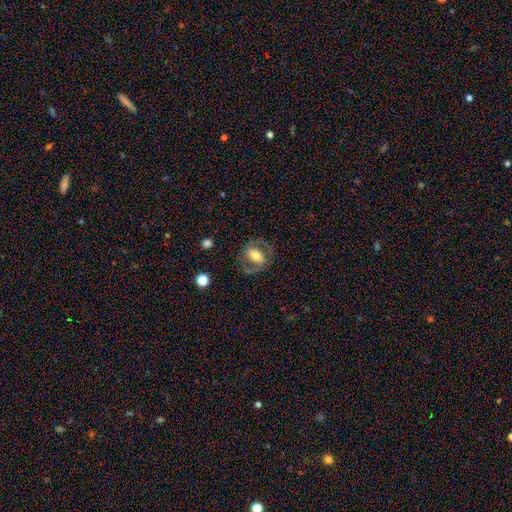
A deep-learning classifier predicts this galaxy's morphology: A featured or disk galaxy (52%).

Vote fractions:
- Smooth or featured? featured or disk: 52% / smooth: 41% / star or artifact: 7%
- Edge-on disk? no: 92% / yes: 8%
- Merging? none: 67% / minor disturbance: 16% / major disturbance: 15% / merger: 2%